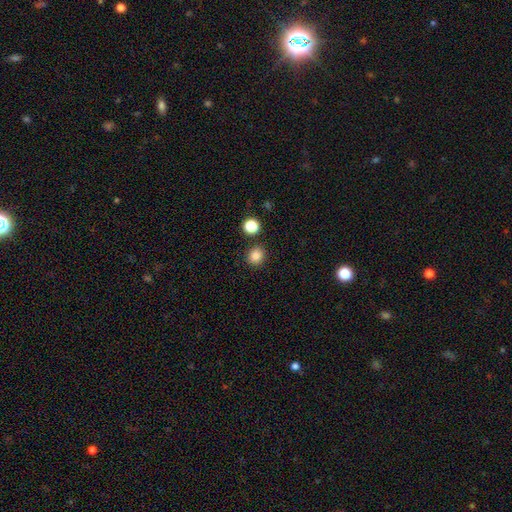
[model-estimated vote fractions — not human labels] Smooth or featured? Predicted: smooth (p=0.84). How rounded? Predicted: round (p=0.84). Merging? Predicted: none (p=0.87).